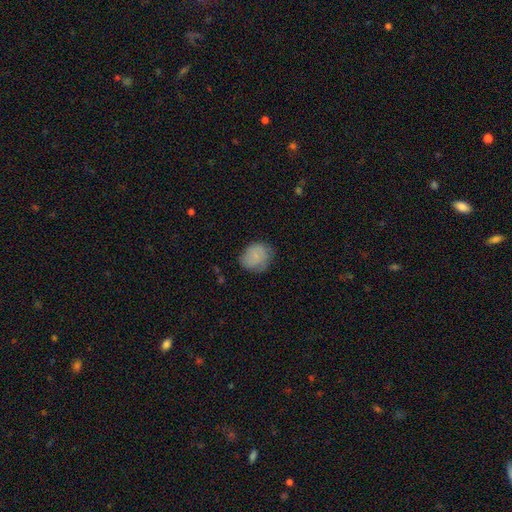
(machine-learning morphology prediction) Smooth or featured?
  - smooth: 78% *
  - featured or disk: 14%
  - star or artifact: 8%
How rounded?
  - round: 65% *
  - in between: 34%
  - cigar-shaped: 1%
Merging?
  - none: 66% *
  - minor disturbance: 26%
  - major disturbance: 7%
  - merger: 1%